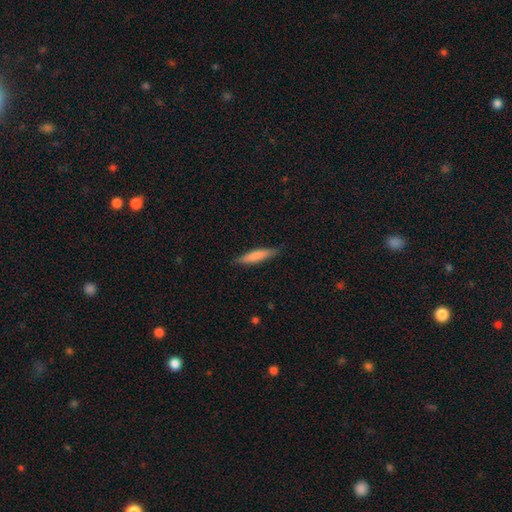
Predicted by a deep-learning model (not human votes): The model was most divided on "smooth or featured": smooth: 78%, featured or disk: 16%, star or artifact: 5%. More confident: merging — none (86%); how rounded — cigar-shaped (84%).